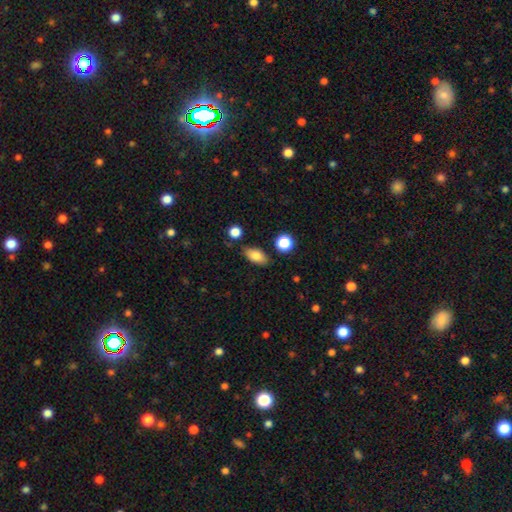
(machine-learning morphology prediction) The model was most divided on "smooth or featured": smooth: 81%, featured or disk: 10%, star or artifact: 9%. More confident: how rounded — in between (86%); merging — none (83%).